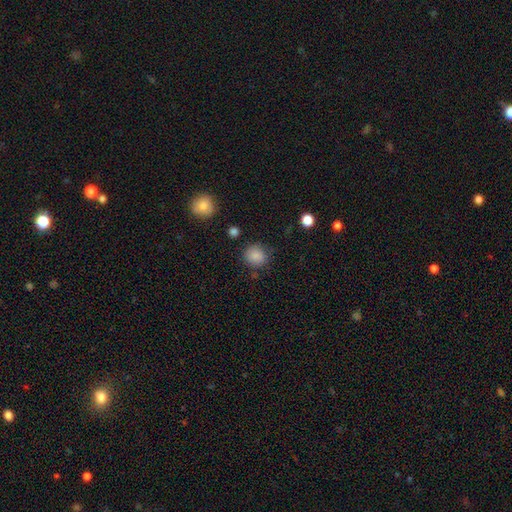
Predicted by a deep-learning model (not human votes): Smooth or featured: smooth — 86% (star or artifact — 10%)
How rounded: round — 85% (in between — 14%)
Merging: none — 81% (minor disturbance — 12%)